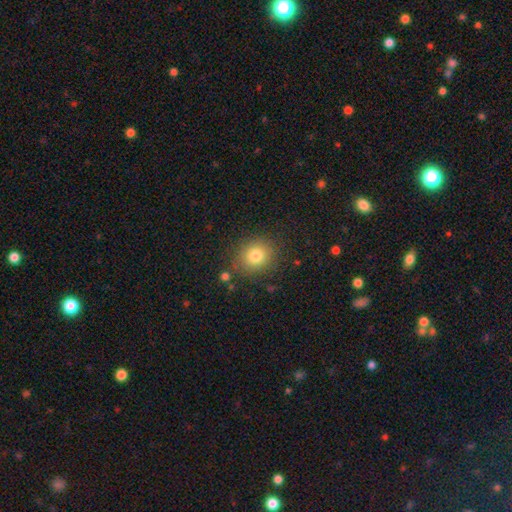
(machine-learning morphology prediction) This is likely a smooth galaxy (79%). How rounded: likely round (77%). Merging: clearly none (83%).